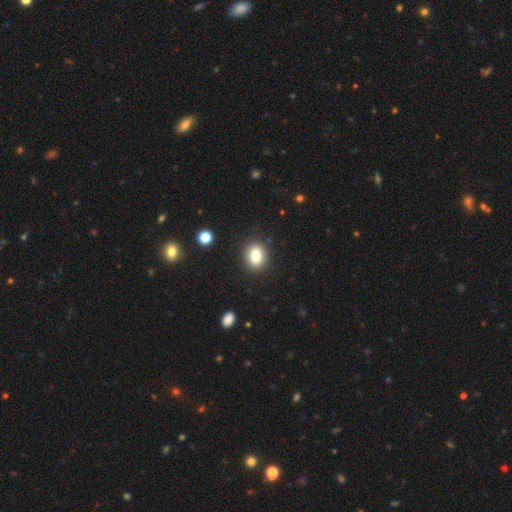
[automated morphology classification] smooth-or-featured: smooth: 81% | star or artifact: 10% | featured or disk: 8%
  how-rounded: in between: 53% | round: 46% | cigar-shaped: 1%
  merging: none: 88% | minor disturbance: 8% | major disturbance: 3% | merger: 1%